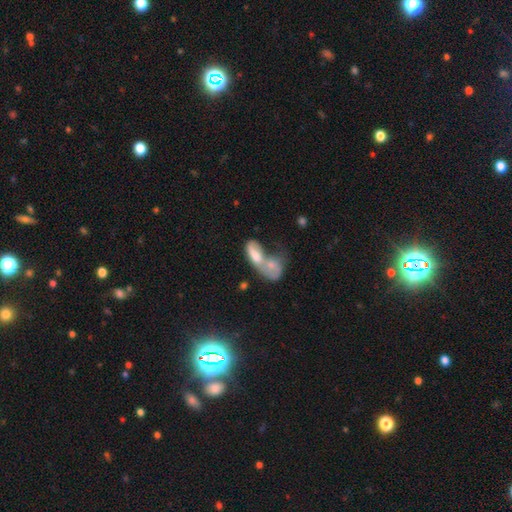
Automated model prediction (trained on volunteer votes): A smooth galaxy with no disk features (60%) that is in between round and cigar-shaped (77%).

Vote fractions:
- Smooth or featured? smooth: 60% / featured or disk: 31% / star or artifact: 9%
- How rounded? in between: 77% / cigar-shaped: 17% / round: 6%
- Merging? merger: 74% / none: 10% / major disturbance: 9% / minor disturbance: 6%